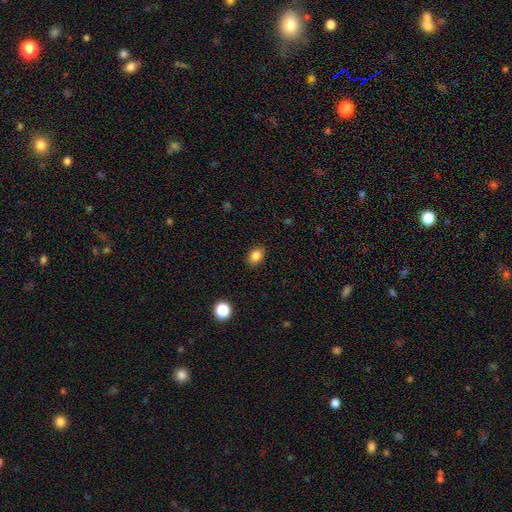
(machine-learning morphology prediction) smooth 84%, star or artifact 10%, featured or disk 5%. Down the decision tree: how rounded — in between (68%); merging — none (87%).